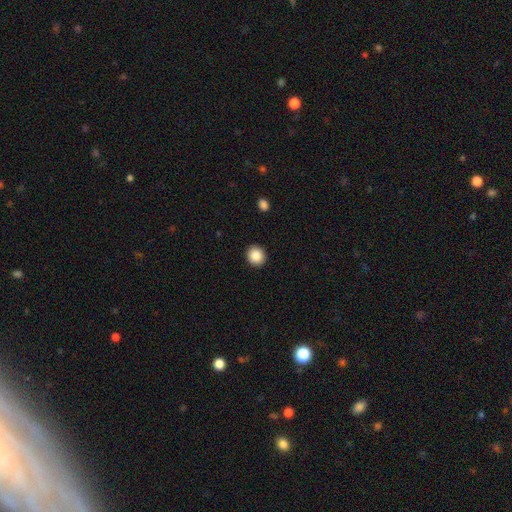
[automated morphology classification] A smooth galaxy with no disk features (87%) that is round (86%).

Vote fractions:
- Smooth or featured? smooth: 87% / star or artifact: 9% / featured or disk: 4%
- How rounded? round: 86% / in between: 14% / cigar-shaped: 1%
- Merging? none: 92% / minor disturbance: 5% / major disturbance: 2% / merger: 1%